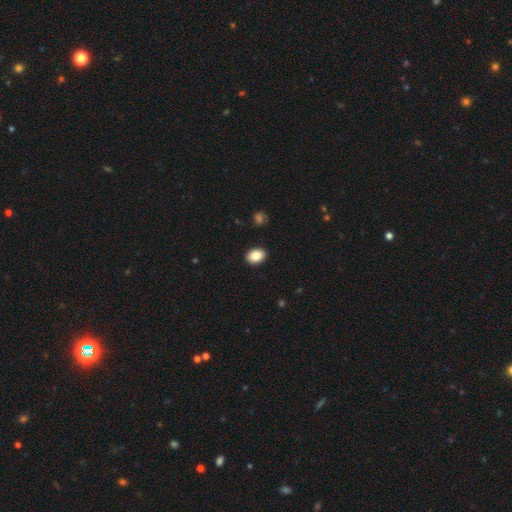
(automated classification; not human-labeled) Overall: smooth (86%). How rounded: in between (72%). Merging: none (91%).